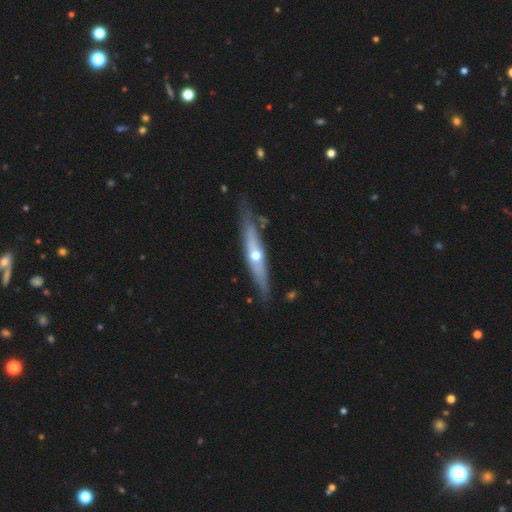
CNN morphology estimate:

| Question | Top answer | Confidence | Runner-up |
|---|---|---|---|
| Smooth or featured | featured or disk | 61% | smooth (34%) |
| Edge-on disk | yes | 85% | no (15%) |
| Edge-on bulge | rounded | 89% | none (9%) |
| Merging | none | 78% | minor disturbance (15%) |